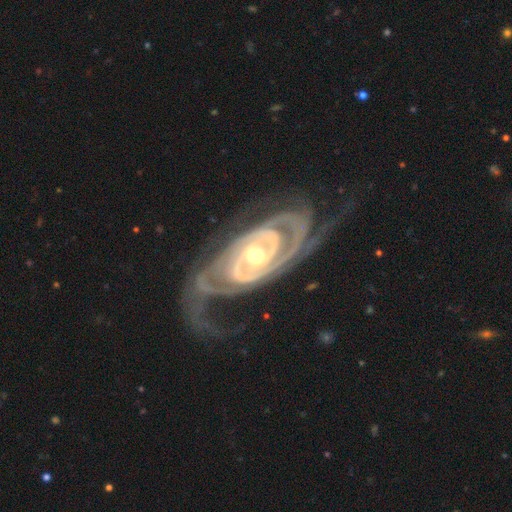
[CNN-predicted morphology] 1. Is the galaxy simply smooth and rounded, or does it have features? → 93% featured or disk, 4% star or artifact, 3% smooth.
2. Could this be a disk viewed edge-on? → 96% no, 4% yes.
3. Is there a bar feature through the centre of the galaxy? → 49% no, 31% weak, 20% strong.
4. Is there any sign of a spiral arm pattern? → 98% yes, 2% no.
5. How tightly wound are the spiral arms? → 67% tight, 27% medium, 6% loose.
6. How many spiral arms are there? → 59% 2, 16% 3, 10% can't tell, 6% 4, 5% more than 4, 5% 1.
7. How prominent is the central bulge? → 56% moderate, 38% small, 4% large, 1% none, 1% dominant.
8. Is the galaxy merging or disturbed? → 59% none, 19% major disturbance, 19% minor disturbance, 2% merger.